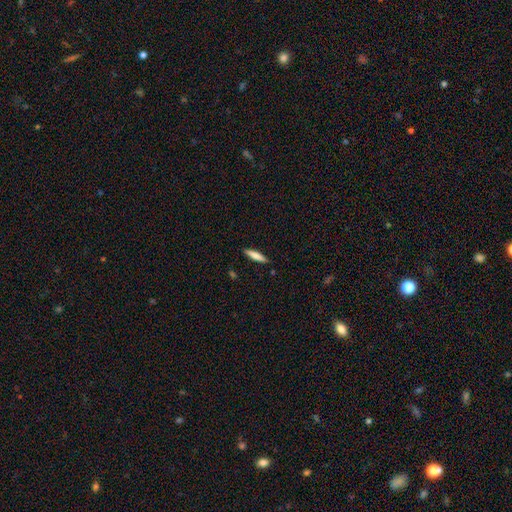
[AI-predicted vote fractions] Smooth or featured? smooth (72%)
How rounded? cigar-shaped (83%)
Merging? none (89%)